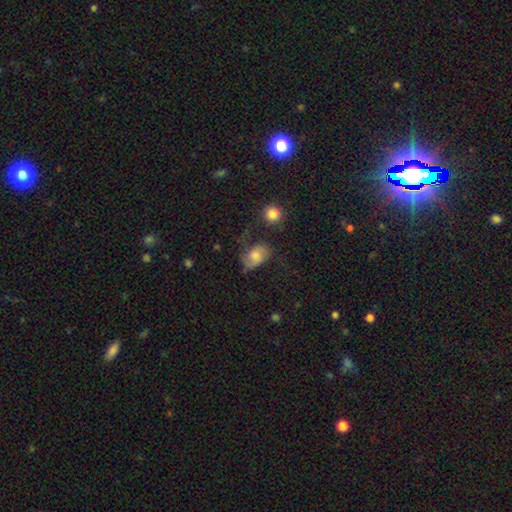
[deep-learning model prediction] Q: Smooth or featured?
A: smooth (55%); runner-up: featured or disk (35%)
Q: How rounded?
A: in between (79%); runner-up: round (19%)
Q: Merging?
A: none (40%); runner-up: minor disturbance (28%)